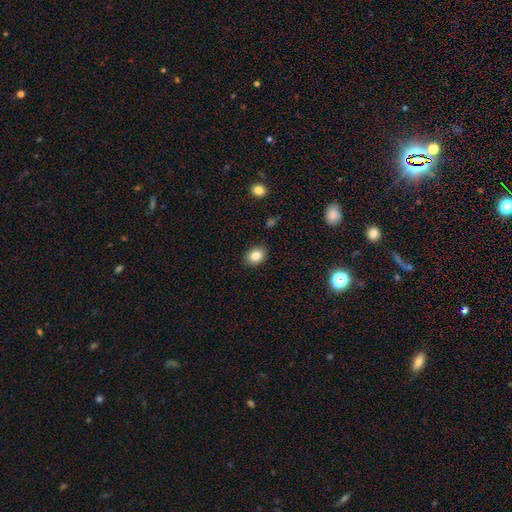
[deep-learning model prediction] The model was most divided on "how rounded": in between: 66%, round: 33%, cigar-shaped: 1%. More confident: merging — none (88%); smooth or featured — smooth (85%).